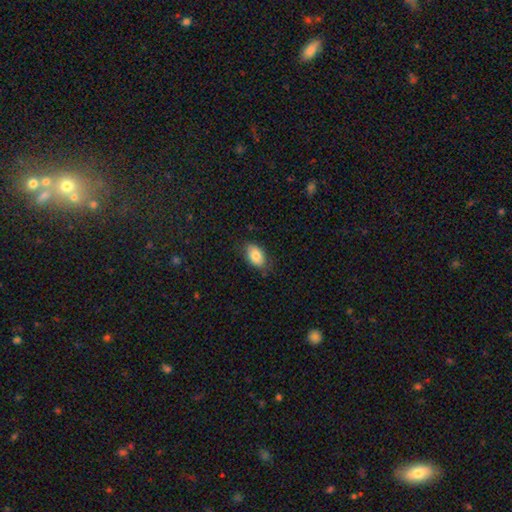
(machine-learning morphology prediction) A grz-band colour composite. It shows a smooth galaxy with no disk features (82%) that is in between round and cigar-shaped (91%). Merging: none (79%).